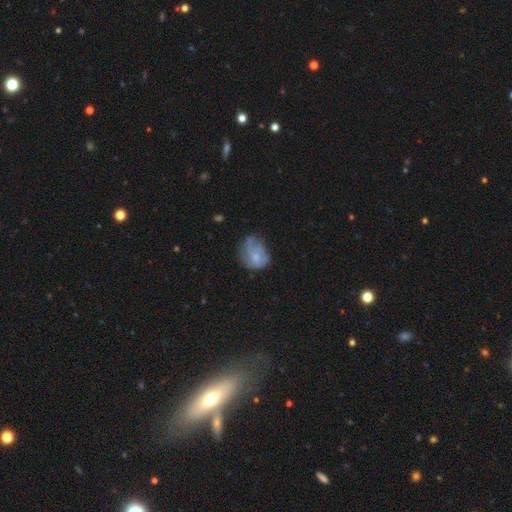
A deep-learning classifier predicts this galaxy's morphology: A smooth galaxy with no disk features (46%).

Vote fractions:
- Smooth or featured? smooth: 46% / featured or disk: 44% / star or artifact: 9%
- Merging? none: 42% / minor disturbance: 30% / major disturbance: 25% / merger: 2%